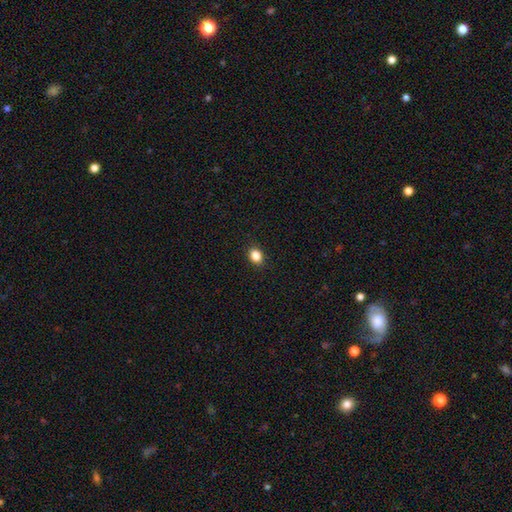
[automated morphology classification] Smooth or featured: smooth — 85% (star or artifact — 10%)
How rounded: in between — 57% (round — 42%)
Merging: none — 91% (minor disturbance — 7%)